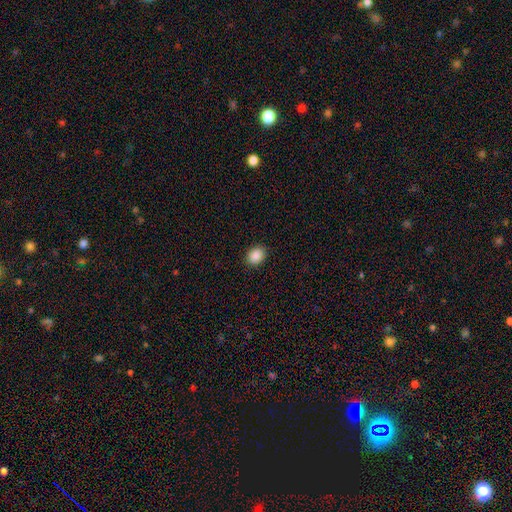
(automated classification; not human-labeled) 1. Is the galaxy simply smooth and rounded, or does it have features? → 89% smooth, 8% star or artifact, 3% featured or disk.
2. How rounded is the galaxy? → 50% in between, 49% round, 1% cigar-shaped.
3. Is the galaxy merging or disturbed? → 90% none, 7% minor disturbance, 2% major disturbance, 1% merger.